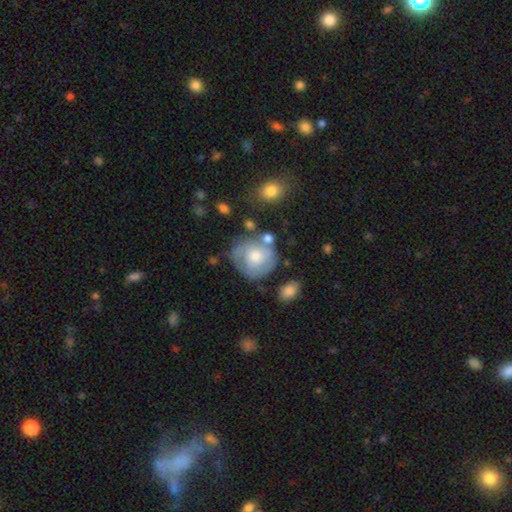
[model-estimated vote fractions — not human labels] Smooth or featured?
  - smooth: 47% *
  - featured or disk: 46%
  - star or artifact: 7%
Merging?
  - none: 57% *
  - minor disturbance: 24%
  - major disturbance: 11%
  - merger: 8%